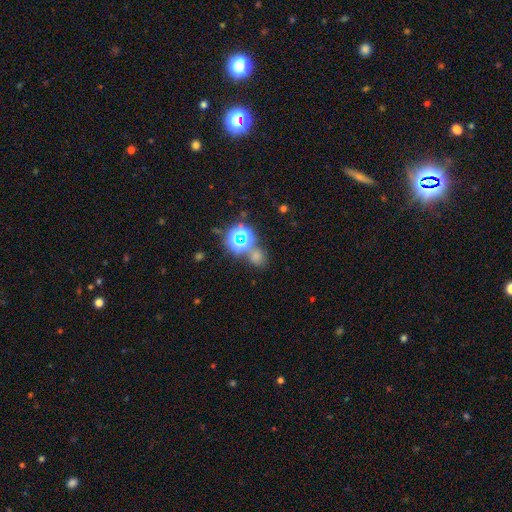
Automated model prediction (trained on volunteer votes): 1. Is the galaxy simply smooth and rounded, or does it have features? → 52% smooth, 41% star or artifact, 7% featured or disk.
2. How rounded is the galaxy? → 75% round, 24% in between, 1% cigar-shaped.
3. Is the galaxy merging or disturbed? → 68% none, 16% merger, 11% minor disturbance, 5% major disturbance.